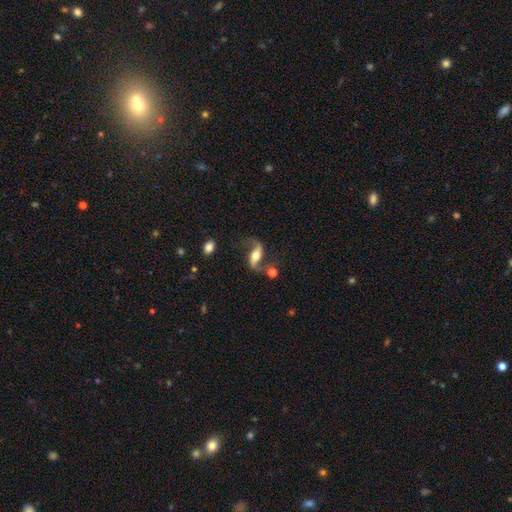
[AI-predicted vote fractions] Morphology: type=featured or disk (80%); edge-on=no (89%); bar=no (37%); spiral arms=yes (94%); winding=loose (83%); arm count=2 (93%); bulge=moderate (54%); merging=none (65%).